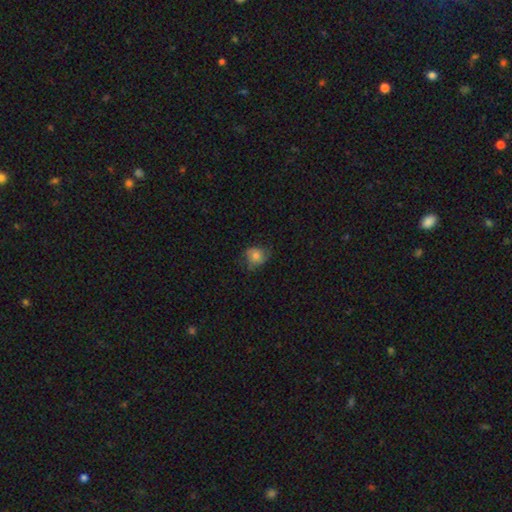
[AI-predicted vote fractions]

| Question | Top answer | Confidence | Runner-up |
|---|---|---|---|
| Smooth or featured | smooth | 73% | featured or disk (17%) |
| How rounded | round | 67% | in between (32%) |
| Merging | none | 59% | minor disturbance (28%) |